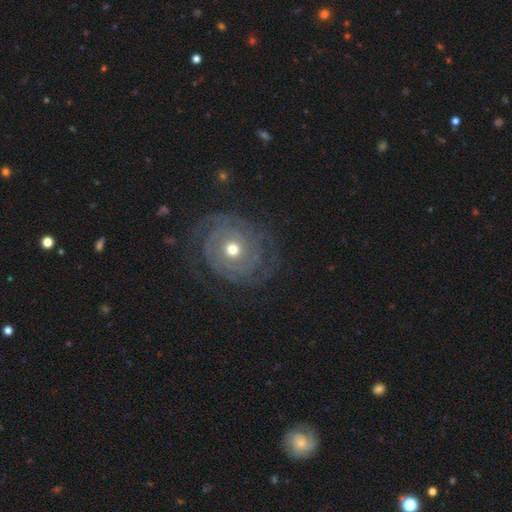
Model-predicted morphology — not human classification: type=featured or disk (74%); edge-on=no (97%); bar=no (78%); spiral arms=yes (87%); winding=tight (79%); arm count=can't tell (37%); bulge=moderate (58%); merging=none (82%).